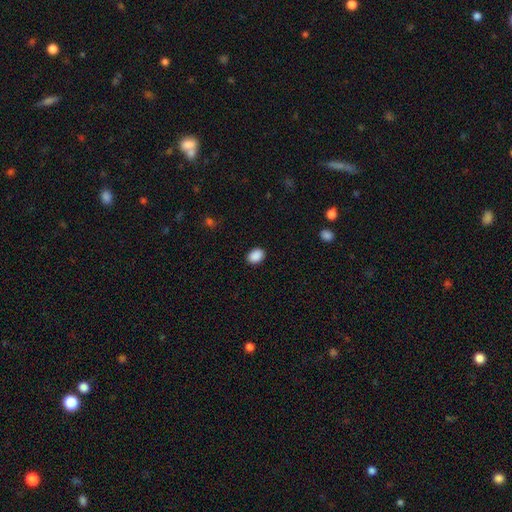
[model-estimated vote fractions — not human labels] The model was most divided on "how rounded": in between: 72%, round: 27%, cigar-shaped: 1%. More confident: smooth or featured — smooth (90%); merging — none (89%).